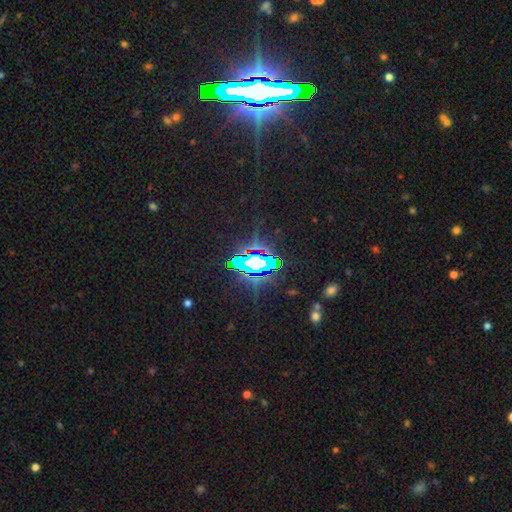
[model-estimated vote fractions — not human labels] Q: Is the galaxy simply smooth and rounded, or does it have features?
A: star or artifact — 75%.